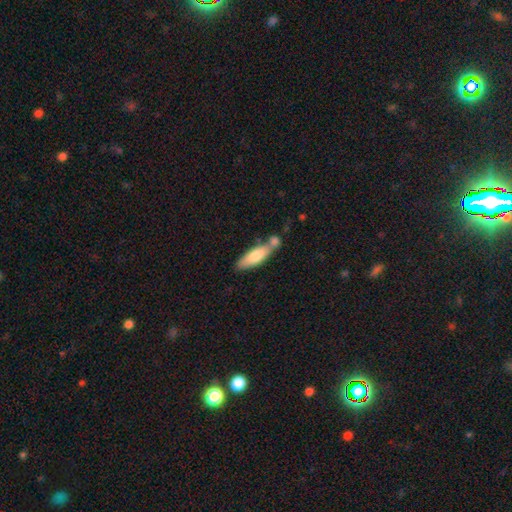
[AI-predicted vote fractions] Overall: smooth (74%). How rounded: cigar-shaped (49%, tied with in between). Merging: none (46%; merger 35%).